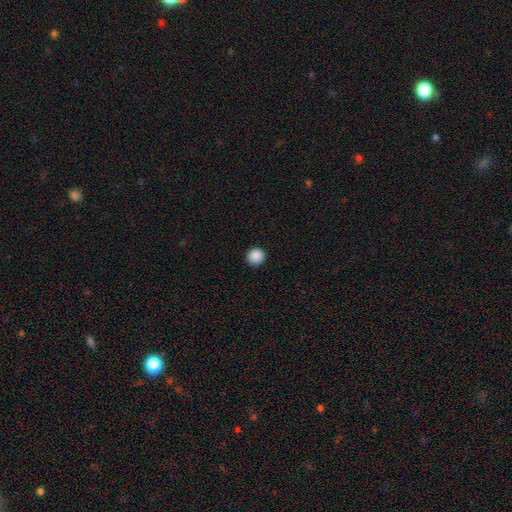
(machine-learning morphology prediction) Smooth or featured? Predicted: smooth (p=0.89). How rounded? Predicted: round (p=0.93). Merging? Predicted: none (p=0.92).